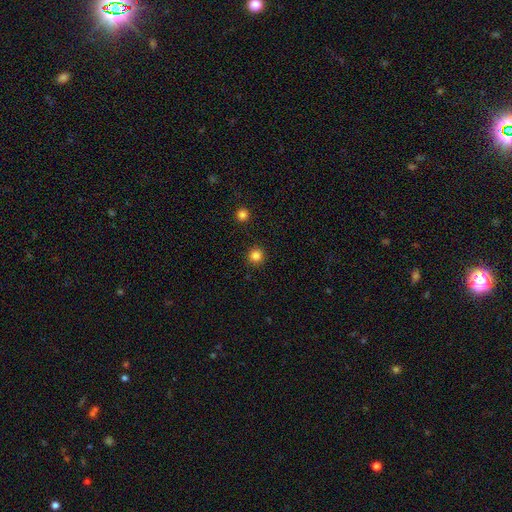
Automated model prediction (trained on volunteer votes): Smooth or featured? smooth (84%)
How rounded? round (95%)
Merging? none (92%)